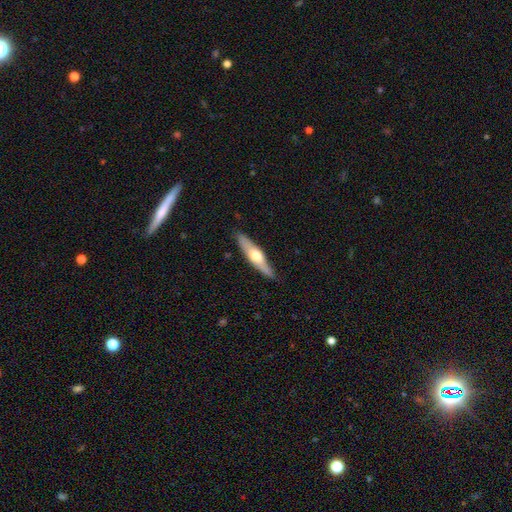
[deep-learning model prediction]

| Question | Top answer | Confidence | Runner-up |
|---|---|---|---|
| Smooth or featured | featured or disk | 53% | smooth (42%) |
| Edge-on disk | yes | 90% | no (10%) |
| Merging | none | 86% | minor disturbance (11%) |